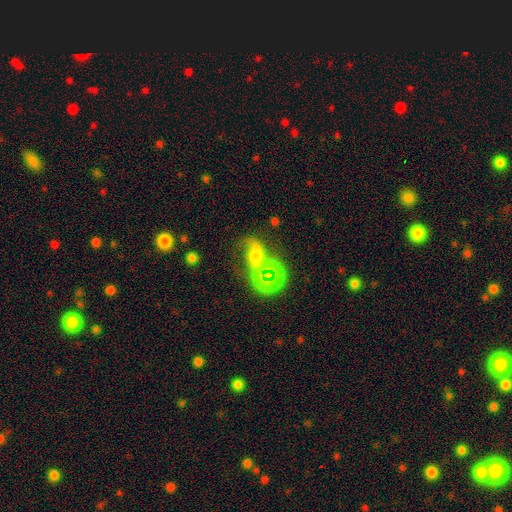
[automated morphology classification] smooth-or-featured: star or artifact: 36% | smooth: 33% | featured or disk: 31%